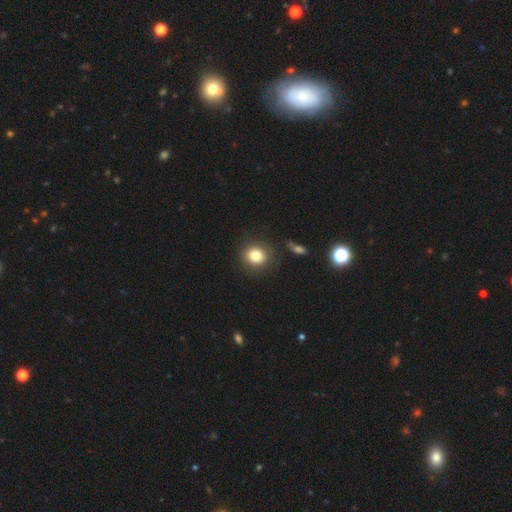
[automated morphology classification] A smooth galaxy with no disk features (81%) that is round (81%).

Vote fractions:
- Smooth or featured? smooth: 81% / star or artifact: 11% / featured or disk: 8%
- How rounded? round: 81% / in between: 18% / cigar-shaped: 1%
- Merging? none: 86% / minor disturbance: 9% / major disturbance: 3% / merger: 2%